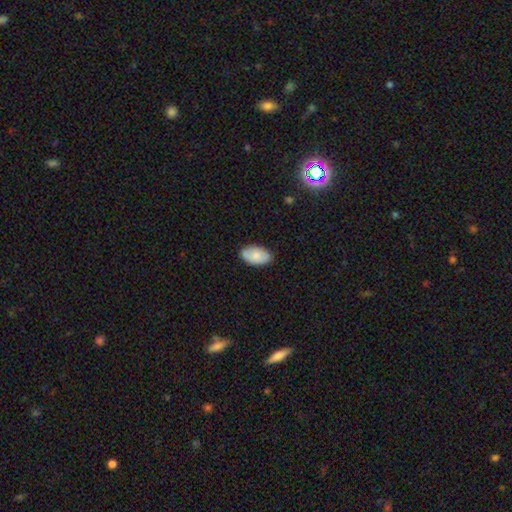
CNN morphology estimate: A smooth galaxy with no disk features (74%) that is in between round and cigar-shaped (94%). Merging: none (82%).